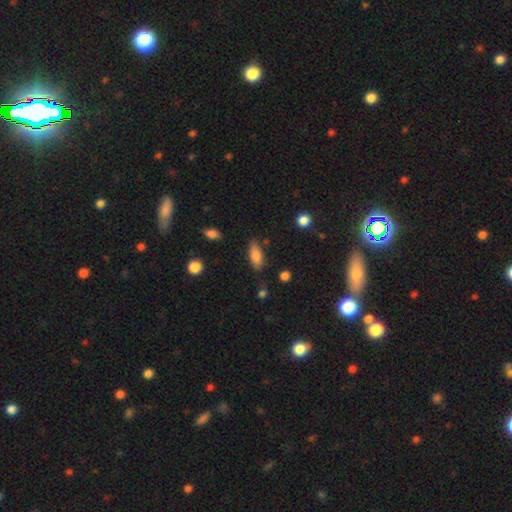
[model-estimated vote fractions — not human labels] Smooth or featured? Predicted: smooth (p=0.79). How rounded? Predicted: in between (p=0.74). Merging? Predicted: none (p=0.77).